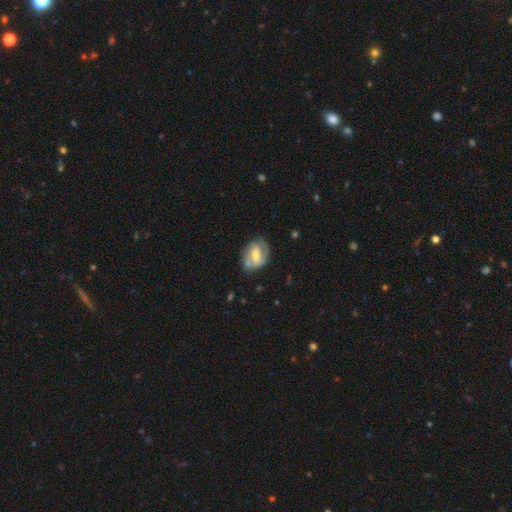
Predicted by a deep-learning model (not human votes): Q: Smooth or featured?
A: featured or disk (67%); runner-up: smooth (27%)
Q: Edge-on disk?
A: no (95%); runner-up: yes (5%)
Q: Bar?
A: strong (40%); runner-up: weak (39%)
Q: Spiral arms?
A: yes (72%); runner-up: no (28%)
Q: Bulge size?
A: moderate (53%); runner-up: small (40%)
Q: Merging?
A: none (60%); runner-up: minor disturbance (26%)